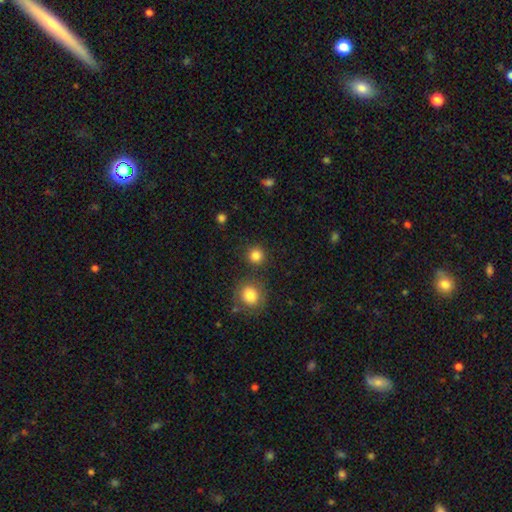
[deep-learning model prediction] smooth 83%, star or artifact 12%, featured or disk 4%. Down the decision tree: how rounded — round (93%); merging — none (85%).